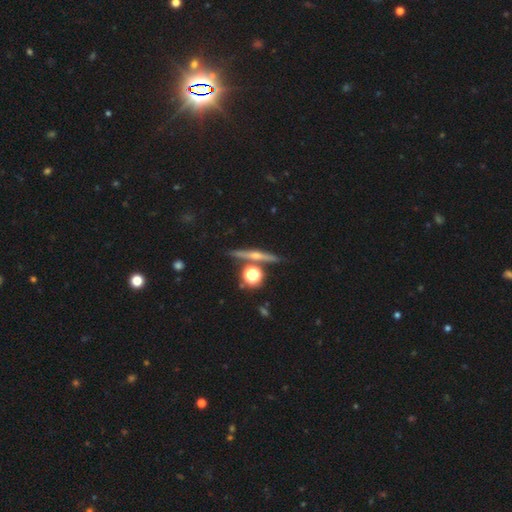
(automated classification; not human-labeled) This appears to be a featured or disk galaxy (69%) viewed edge-on (97%) with a rounded central bulge (85%). Merging: none (85%).